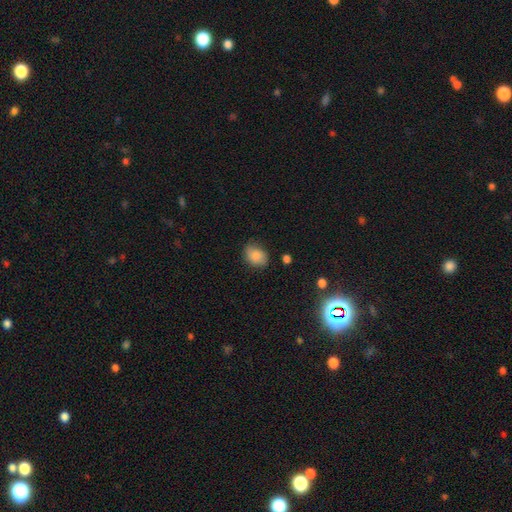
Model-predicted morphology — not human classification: smooth-or-featured: smooth: 84% | star or artifact: 8% | featured or disk: 8%
  how-rounded: in between: 68% | round: 31% | cigar-shaped: 1%
  merging: none: 73% | minor disturbance: 21% | major disturbance: 4% | merger: 2%